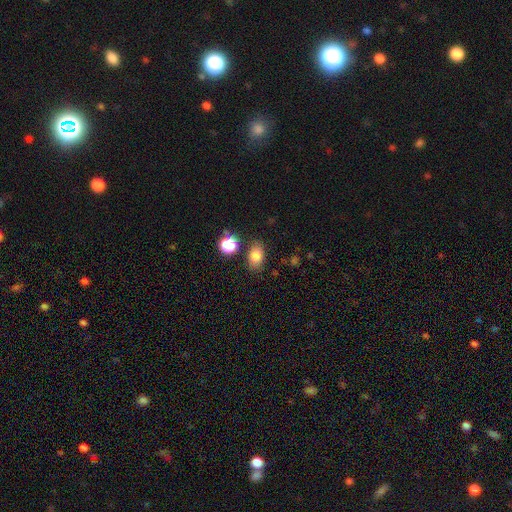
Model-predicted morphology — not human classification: This is likely a smooth galaxy (80%). How rounded: likely in between (79%). Merging: likely none (79%).